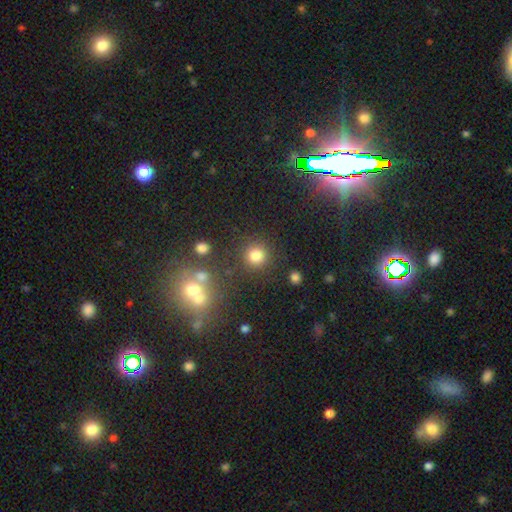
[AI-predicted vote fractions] Smooth or featured? smooth (79%)
How rounded? round (92%)
Merging? none (83%)